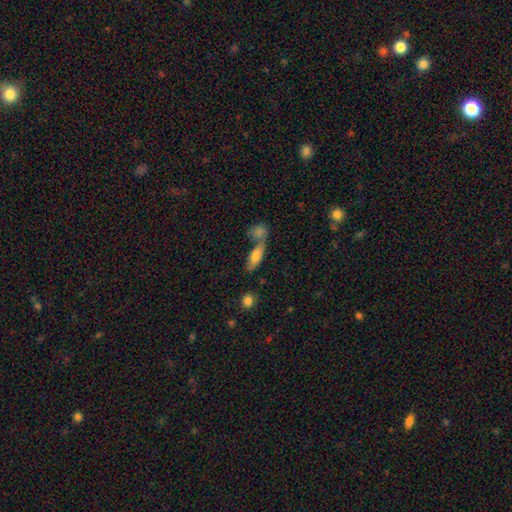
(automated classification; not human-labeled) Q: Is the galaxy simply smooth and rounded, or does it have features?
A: smooth — 75%.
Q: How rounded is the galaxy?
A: in between — 67%.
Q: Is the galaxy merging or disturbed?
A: merger — 42%.